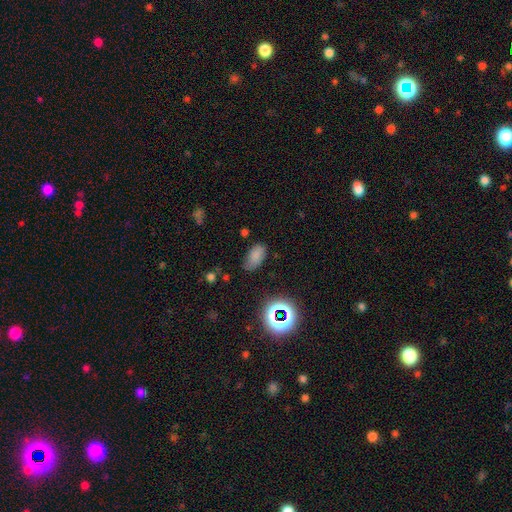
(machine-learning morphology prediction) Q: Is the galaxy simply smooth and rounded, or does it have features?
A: smooth — 73%.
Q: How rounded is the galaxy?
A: in between — 92%.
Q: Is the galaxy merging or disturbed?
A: none — 62%.